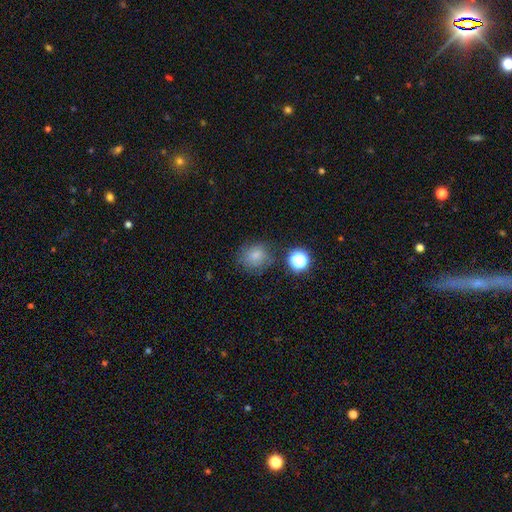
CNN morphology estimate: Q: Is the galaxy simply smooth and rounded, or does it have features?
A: smooth — 78%.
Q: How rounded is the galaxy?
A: round — 79%.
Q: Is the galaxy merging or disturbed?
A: none — 73%.